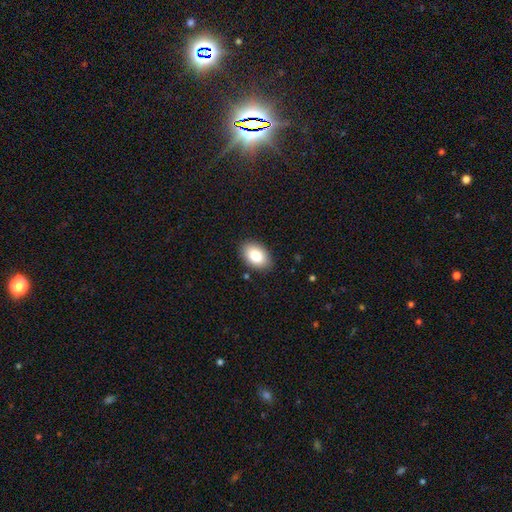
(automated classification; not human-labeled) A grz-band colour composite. It shows a smooth galaxy with no disk features (85%) that is in between round and cigar-shaped (90%). Merging: none (86%).